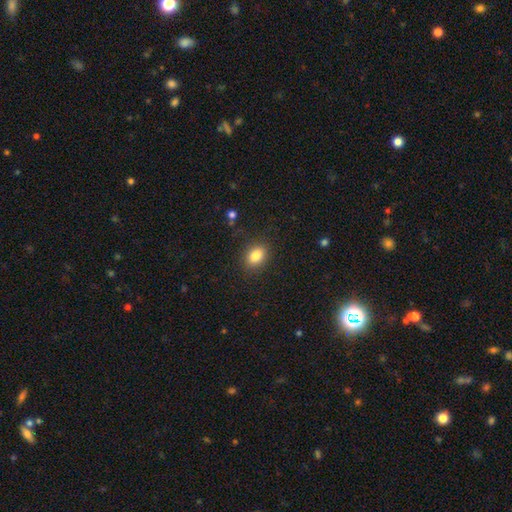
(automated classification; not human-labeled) Smooth or featured? Predicted: smooth (p=0.84). How rounded? Predicted: in between (p=0.71). Merging? Predicted: none (p=0.86).